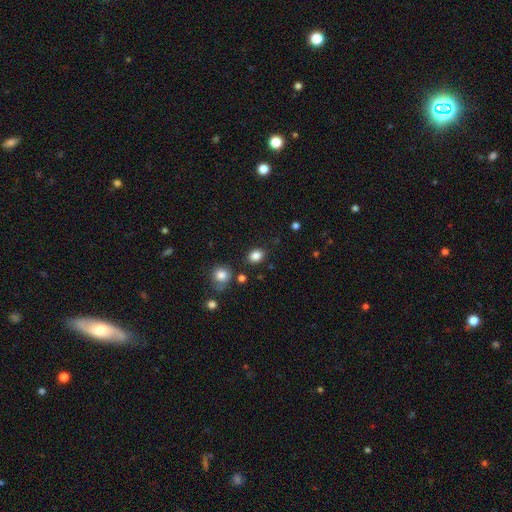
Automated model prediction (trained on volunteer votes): Smooth or featured?
  - smooth: 85% *
  - star or artifact: 10%
  - featured or disk: 5%
How rounded?
  - in between: 62% *
  - round: 37%
  - cigar-shaped: 1%
Merging?
  - none: 83% *
  - minor disturbance: 10%
  - merger: 4%
  - major disturbance: 3%